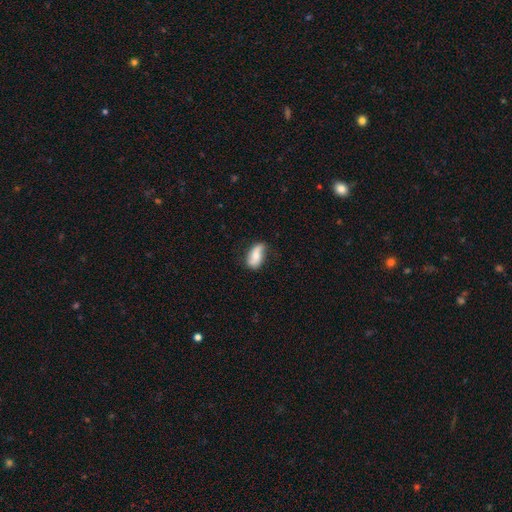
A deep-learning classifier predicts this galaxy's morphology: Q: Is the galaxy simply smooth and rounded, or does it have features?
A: smooth — 50%.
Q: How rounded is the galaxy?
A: in between — 88%.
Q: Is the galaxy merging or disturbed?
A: none — 64%.